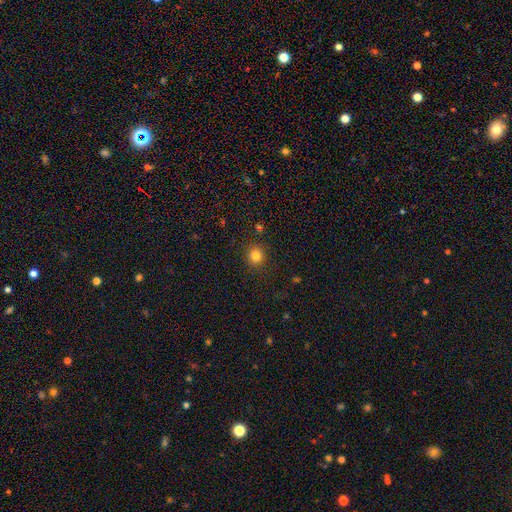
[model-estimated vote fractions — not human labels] smooth-or-featured: smooth: 82% | star or artifact: 12% | featured or disk: 5%
  how-rounded: round: 90% | in between: 9% | cigar-shaped: 1%
  merging: none: 89% | minor disturbance: 7% | major disturbance: 3% | merger: 2%